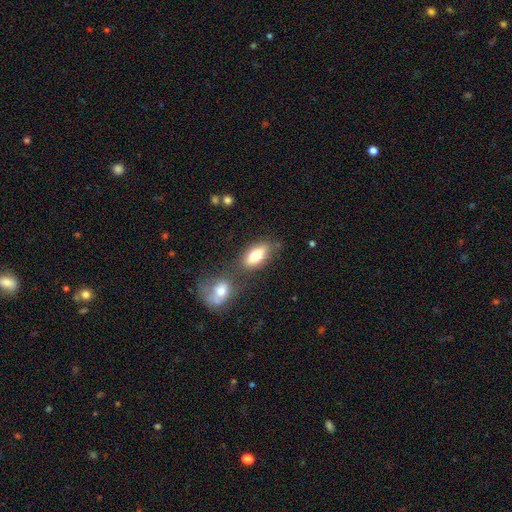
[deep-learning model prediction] The model was most divided on "merging": none: 61%, merger: 21%, minor disturbance: 14%, major disturbance: 5%. More confident: how rounded — in between (85%); smooth or featured — smooth (79%).